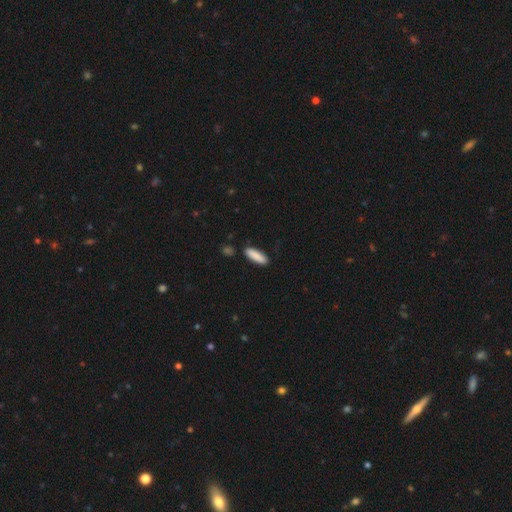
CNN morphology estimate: This appears to be a smooth galaxy with no disk features (88%) that is cigar-shaped (57%). Merging: none (86%).